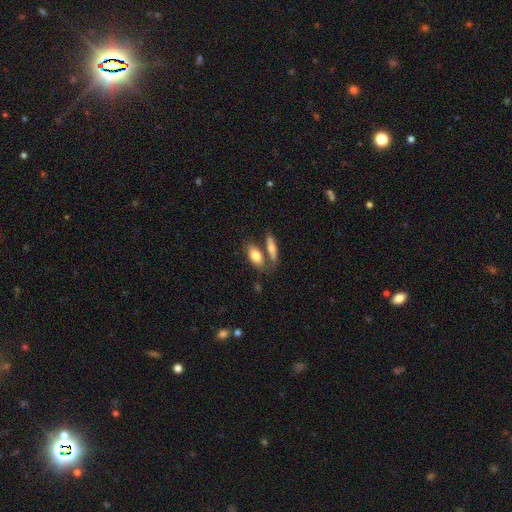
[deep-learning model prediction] Smooth or featured? smooth (76%)
How rounded? in between (83%)
Merging? none (50%)